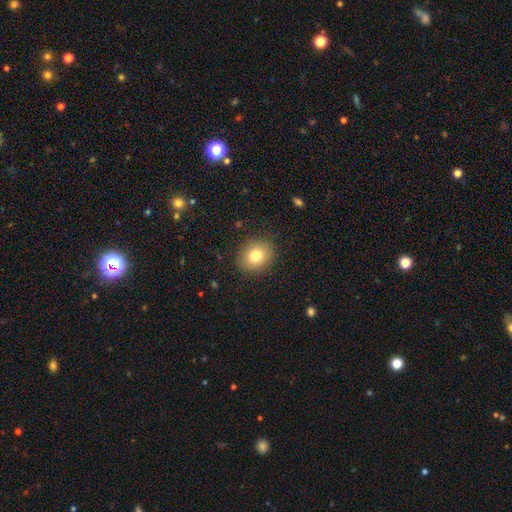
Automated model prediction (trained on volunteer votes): smooth 79%, star or artifact 11%, featured or disk 10%. Down the decision tree: how rounded — round (74%); merging — none (88%).